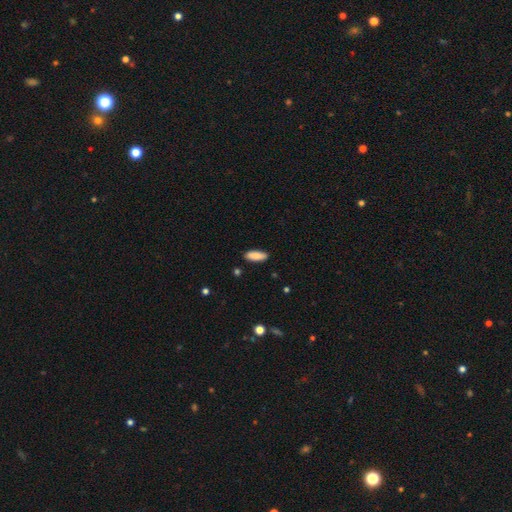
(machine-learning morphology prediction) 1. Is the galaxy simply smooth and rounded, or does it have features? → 88% smooth, 6% star or artifact, 6% featured or disk.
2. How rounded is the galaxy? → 69% in between, 29% cigar-shaped, 2% round.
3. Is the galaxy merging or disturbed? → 88% none, 9% minor disturbance, 2% major disturbance, 1% merger.